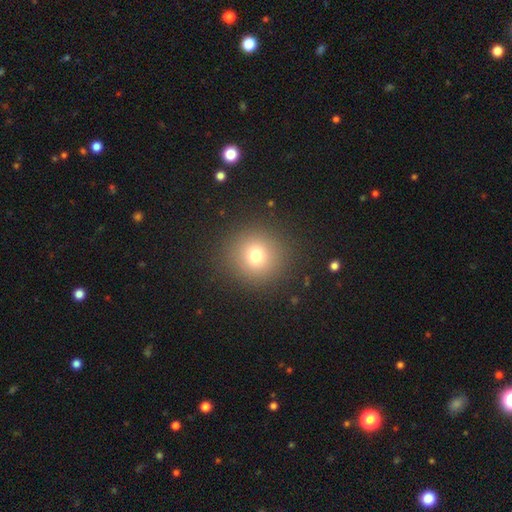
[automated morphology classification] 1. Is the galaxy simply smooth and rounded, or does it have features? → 74% smooth, 16% star or artifact, 10% featured or disk.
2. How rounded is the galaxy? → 94% round, 6% in between, 1% cigar-shaped.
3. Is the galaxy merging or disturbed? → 90% none, 6% minor disturbance, 3% major disturbance, 1% merger.